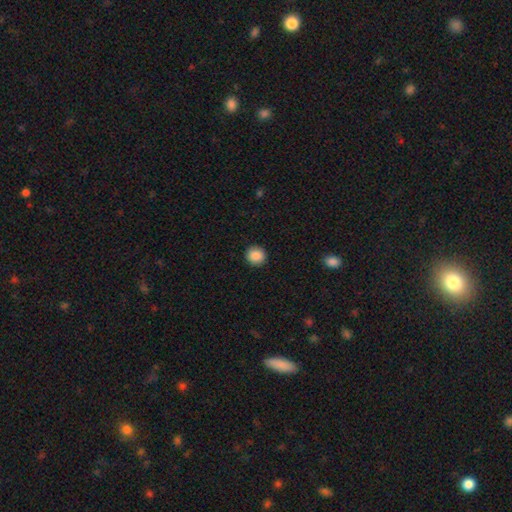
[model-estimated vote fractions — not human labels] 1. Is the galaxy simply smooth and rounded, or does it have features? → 88% smooth, 9% star or artifact, 3% featured or disk.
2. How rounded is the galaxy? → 91% round, 8% in between, 1% cigar-shaped.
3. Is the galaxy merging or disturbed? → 92% none, 6% minor disturbance, 2% major disturbance, 1% merger.